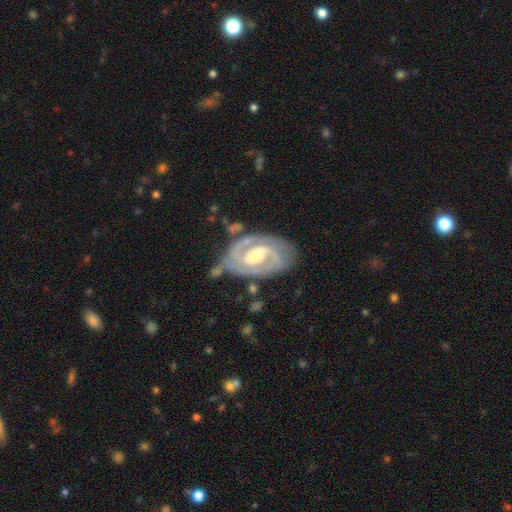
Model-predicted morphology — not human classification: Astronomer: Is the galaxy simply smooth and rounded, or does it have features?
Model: featured or disk — 89%.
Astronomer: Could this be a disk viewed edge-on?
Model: no — 97%.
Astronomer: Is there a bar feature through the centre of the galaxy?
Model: weak — 50% (runner-up: strong, 29%).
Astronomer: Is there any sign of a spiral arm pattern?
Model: yes — 96%.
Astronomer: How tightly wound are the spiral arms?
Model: tight — 53% (runner-up: medium, 40%).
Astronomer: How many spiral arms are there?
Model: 2 — 82%.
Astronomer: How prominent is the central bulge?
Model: moderate — 63%.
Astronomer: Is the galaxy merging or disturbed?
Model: none — 65%.